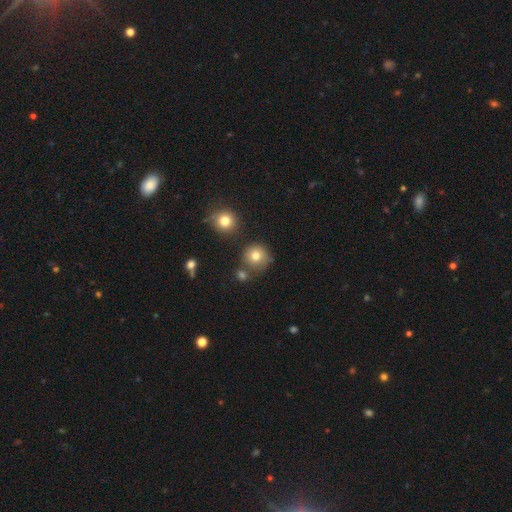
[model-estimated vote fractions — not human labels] Smooth or featured?
  - smooth: 78% *
  - star or artifact: 13%
  - featured or disk: 9%
How rounded?
  - round: 91% *
  - in between: 8%
  - cigar-shaped: 1%
Merging?
  - none: 73% *
  - minor disturbance: 13%
  - merger: 10%
  - major disturbance: 4%